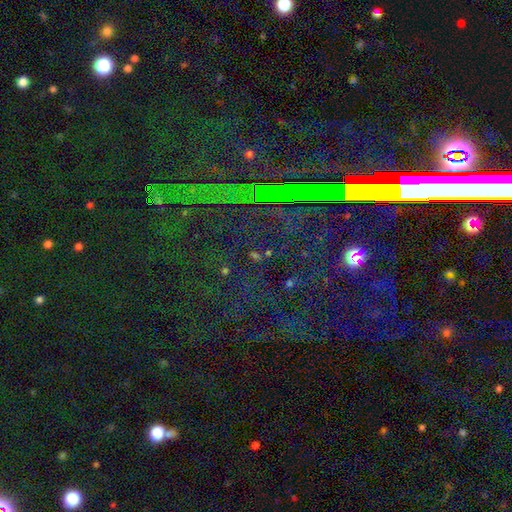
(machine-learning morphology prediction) smooth-or-featured: star or artifact: 79% | smooth: 13% | featured or disk: 8%